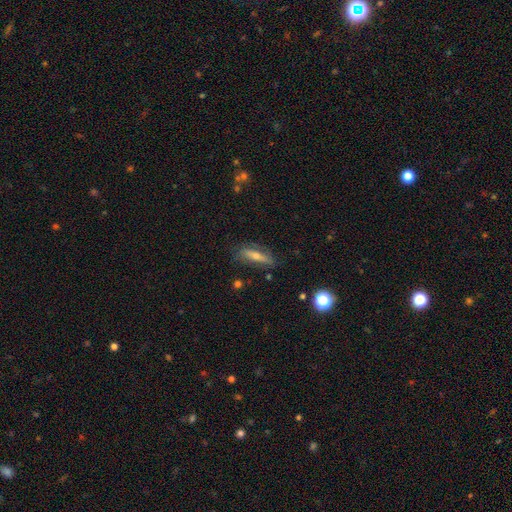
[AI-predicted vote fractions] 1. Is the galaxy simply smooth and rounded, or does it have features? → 48% featured or disk, 41% smooth, 11% star or artifact.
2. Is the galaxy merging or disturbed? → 74% none, 18% minor disturbance, 5% major disturbance, 2% merger.